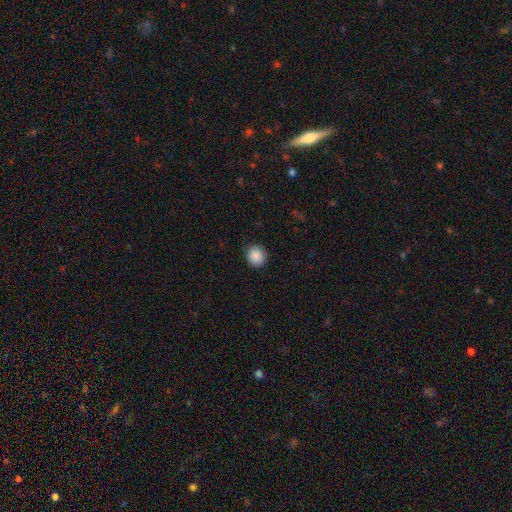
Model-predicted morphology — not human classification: Smooth or featured?
  - smooth: 89% *
  - star or artifact: 9%
  - featured or disk: 3%
How rounded?
  - round: 90% *
  - in between: 9%
  - cigar-shaped: 1%
Merging?
  - none: 88% *
  - minor disturbance: 9%
  - major disturbance: 2%
  - merger: 1%